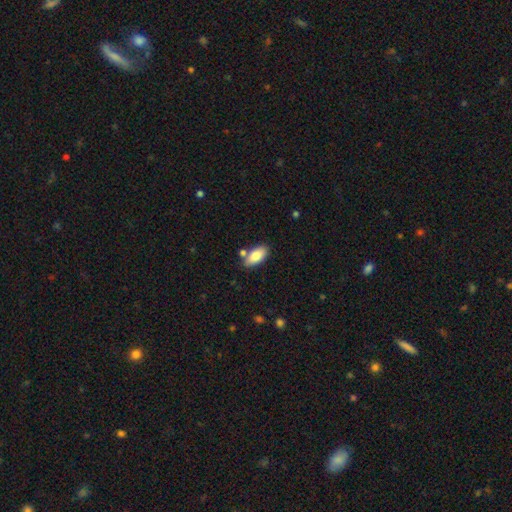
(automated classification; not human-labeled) Smooth or featured? smooth (82%)
How rounded? in between (91%)
Merging? none (76%)